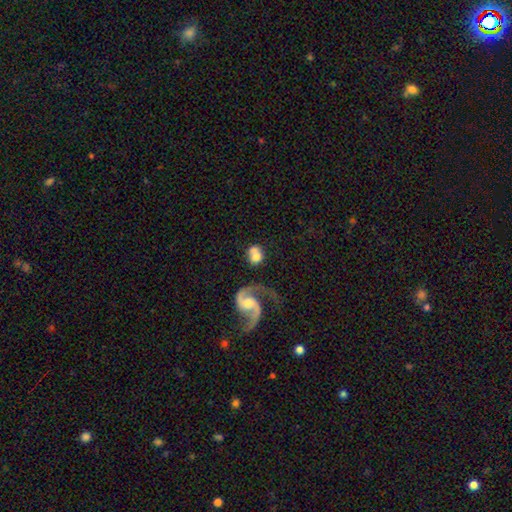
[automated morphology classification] Smooth or featured: smooth — 56% (featured or disk — 36%)
How rounded: round — 76% (in between — 22%)
Merging: none — 42% (merger — 35%)